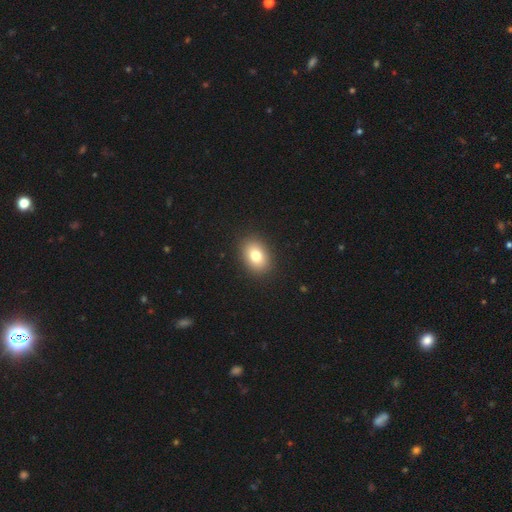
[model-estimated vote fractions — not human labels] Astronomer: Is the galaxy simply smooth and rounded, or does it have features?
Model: smooth — 80%.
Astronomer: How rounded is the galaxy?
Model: in between — 73%.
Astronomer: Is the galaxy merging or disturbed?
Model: none — 90%.